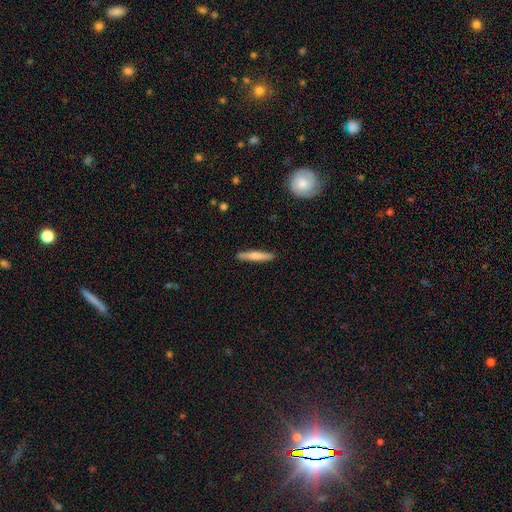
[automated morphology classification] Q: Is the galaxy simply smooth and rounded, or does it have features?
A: smooth — 69%.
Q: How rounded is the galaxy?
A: cigar-shaped — 93%.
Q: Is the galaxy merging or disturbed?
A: none — 89%.